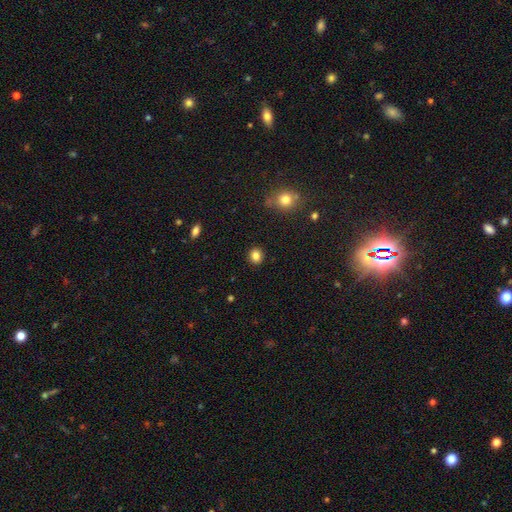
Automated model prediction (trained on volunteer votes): Smooth or featured?
  - smooth: 84% *
  - star or artifact: 11%
  - featured or disk: 5%
How rounded?
  - round: 82% *
  - in between: 17%
  - cigar-shaped: 1%
Merging?
  - none: 91% *
  - minor disturbance: 6%
  - major disturbance: 2%
  - merger: 1%